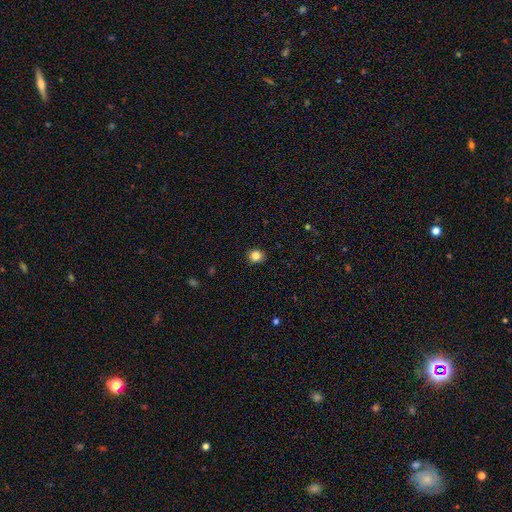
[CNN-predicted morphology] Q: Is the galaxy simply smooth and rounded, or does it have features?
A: smooth — 83%.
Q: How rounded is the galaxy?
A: round — 83%.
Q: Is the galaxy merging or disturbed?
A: none — 90%.